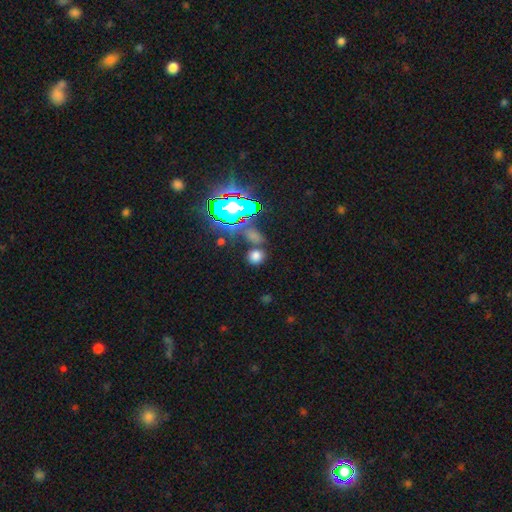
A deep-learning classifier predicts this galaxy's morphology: This is likely a smooth galaxy (68%). How rounded: likely round (73%). Merging: likely none (74%).